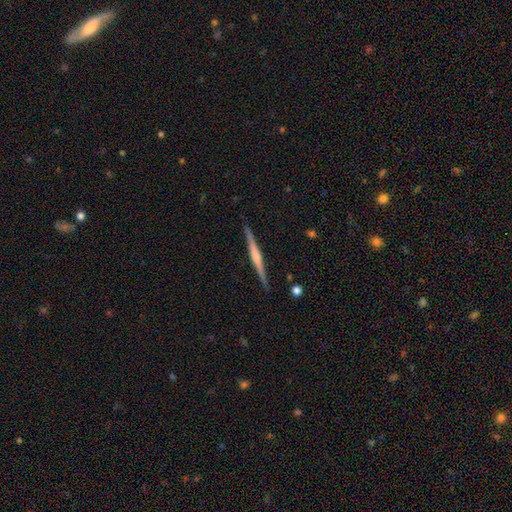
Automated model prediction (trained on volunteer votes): Overall: featured or disk (77%). Edge-on disk: yes (98%). Edge-on bulge: rounded (69%). Merging: none (91%).